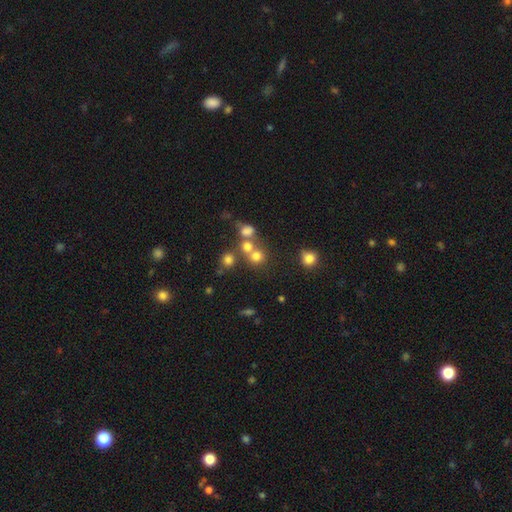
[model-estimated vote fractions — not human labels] Smooth or featured? Predicted: smooth (p=0.69). How rounded? Predicted: round (p=0.84). Merging? Predicted: none (p=0.51).